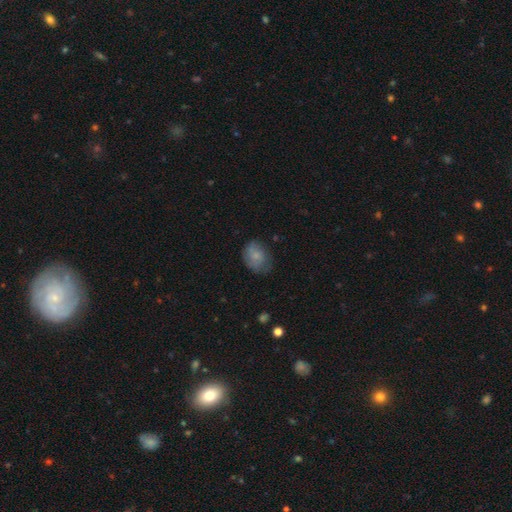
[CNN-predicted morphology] This is likely a smooth galaxy (76%). How rounded: likely in between (63%). Merging: possibly none (58%).